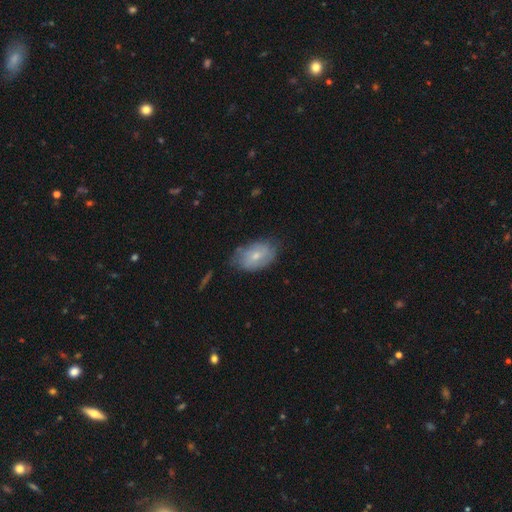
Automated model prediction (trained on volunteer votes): A smooth galaxy with no disk features (53%) that is in between round and cigar-shaped (89%). Merging: none (64%).